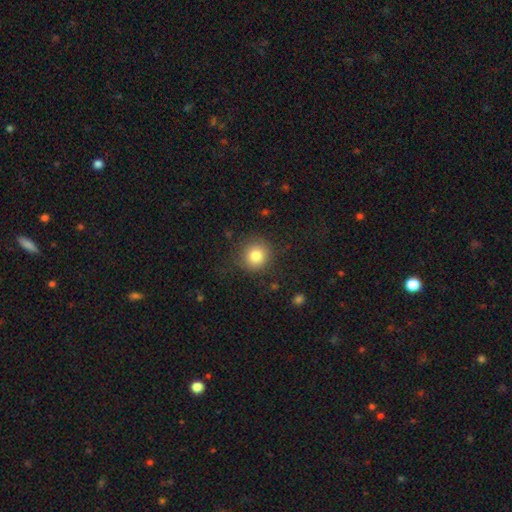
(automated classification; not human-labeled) Q: Smooth or featured?
A: smooth (81%); runner-up: star or artifact (11%)
Q: How rounded?
A: round (92%); runner-up: in between (7%)
Q: Merging?
A: none (83%); runner-up: minor disturbance (11%)